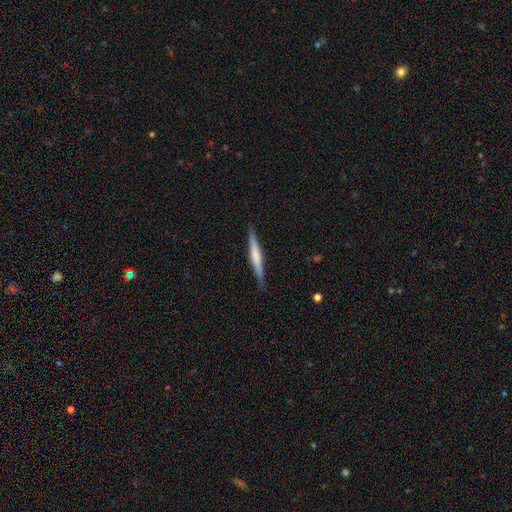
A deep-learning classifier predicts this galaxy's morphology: This is possibly a smooth galaxy (51%). How rounded: clearly cigar-shaped (95%). Merging: clearly none (88%).